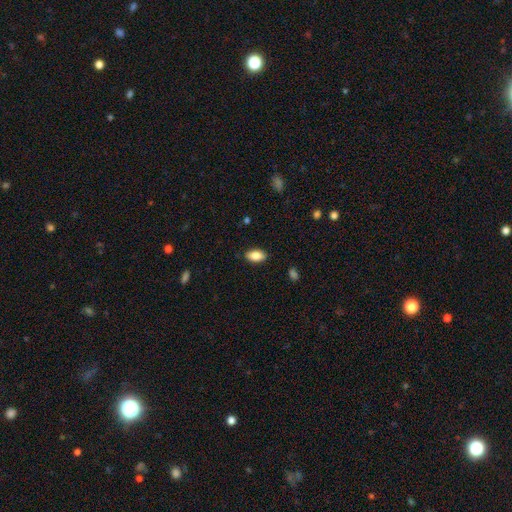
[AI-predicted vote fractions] Q: Smooth or featured?
A: smooth (87%); runner-up: star or artifact (7%)
Q: How rounded?
A: in between (92%); runner-up: cigar-shaped (4%)
Q: Merging?
A: none (87%); runner-up: minor disturbance (10%)